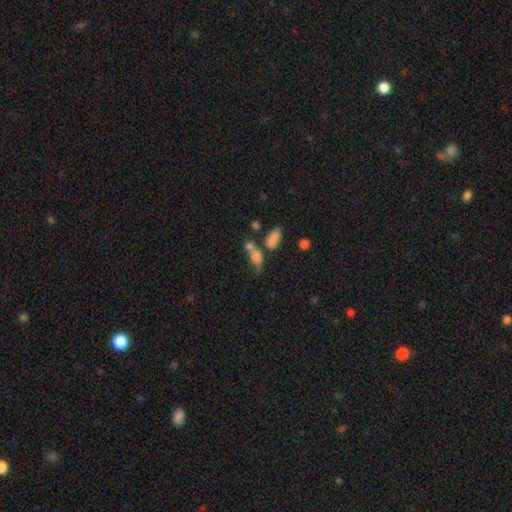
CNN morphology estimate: Smooth or featured: smooth — 62% (featured or disk — 21%)
How rounded: in between — 72% (round — 18%)
Merging: merger — 45% (none — 27%)